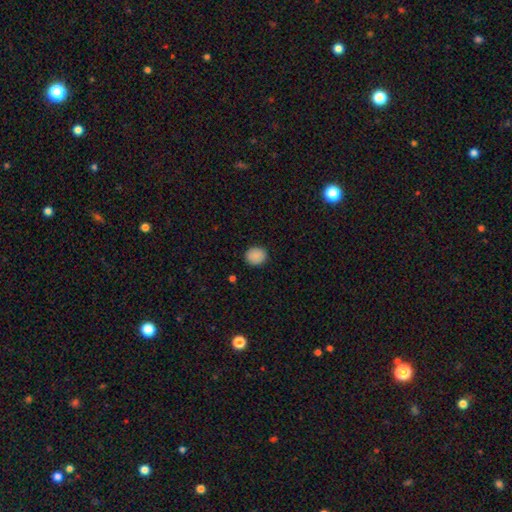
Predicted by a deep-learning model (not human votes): smooth-or-featured: smooth: 89% | star or artifact: 8% | featured or disk: 3%
  how-rounded: round: 81% | in between: 18% | cigar-shaped: 1%
  merging: none: 91% | minor disturbance: 6% | major disturbance: 2% | merger: 1%